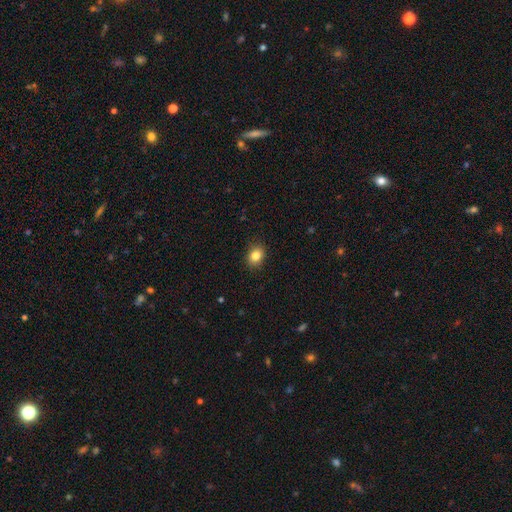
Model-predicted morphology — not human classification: smooth 84%, star or artifact 10%, featured or disk 6%. Down the decision tree: how rounded — round (51%); merging — none (88%).